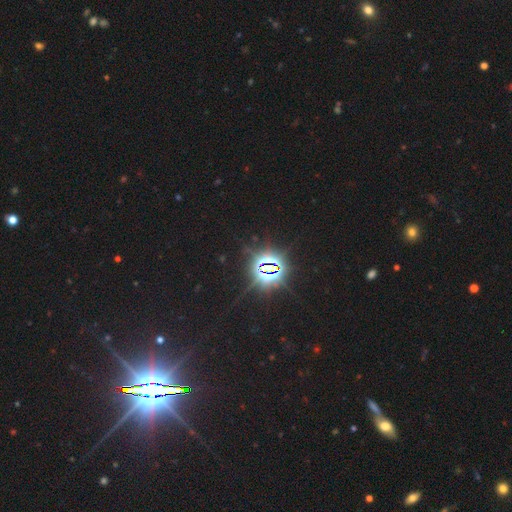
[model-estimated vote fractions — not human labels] Overall: star or artifact (85%).